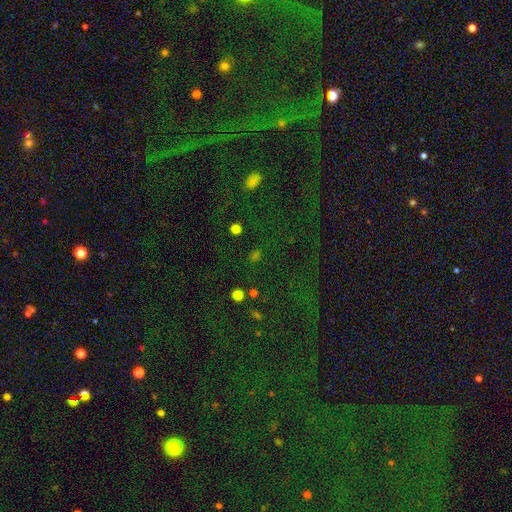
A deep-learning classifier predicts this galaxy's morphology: This is likely a star or artifact rather than a galaxy (63%).